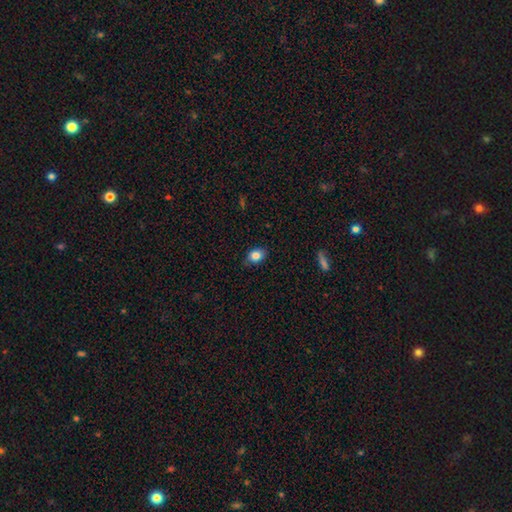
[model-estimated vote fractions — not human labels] Morphology: type=smooth (83%); roundness=in between (70%); merging=none (79%).